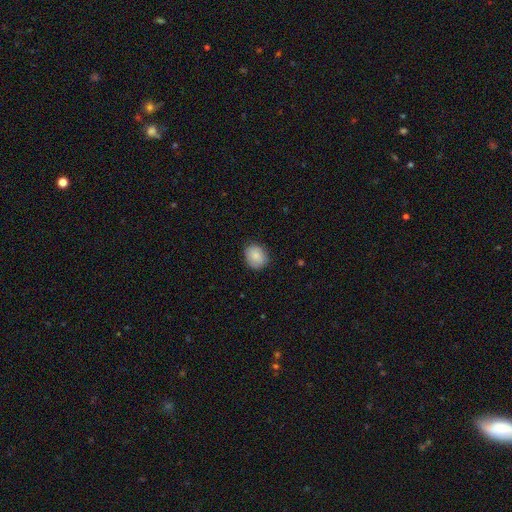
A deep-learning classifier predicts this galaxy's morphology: Smooth or featured?
  - smooth: 84% *
  - featured or disk: 9%
  - star or artifact: 7%
How rounded?
  - round: 58% *
  - in between: 41%
  - cigar-shaped: 1%
Merging?
  - none: 82% *
  - minor disturbance: 14%
  - major disturbance: 3%
  - merger: 1%